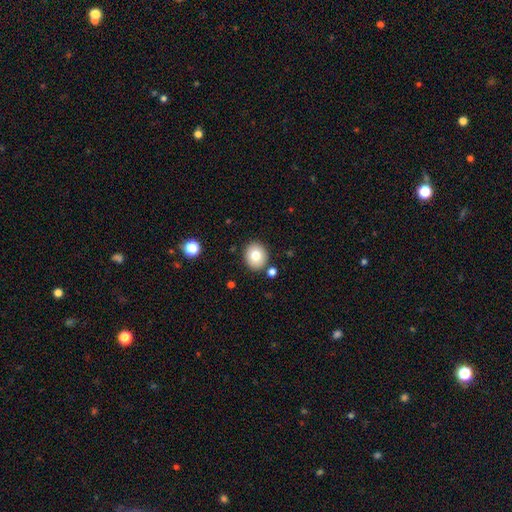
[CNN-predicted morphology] A smooth galaxy with no disk features (79%) that is round (72%).

Vote fractions:
- Smooth or featured? smooth: 79% / featured or disk: 12% / star or artifact: 10%
- How rounded? round: 72% / in between: 27% / cigar-shaped: 1%
- Merging? none: 85% / minor disturbance: 8% / merger: 4% / major disturbance: 2%